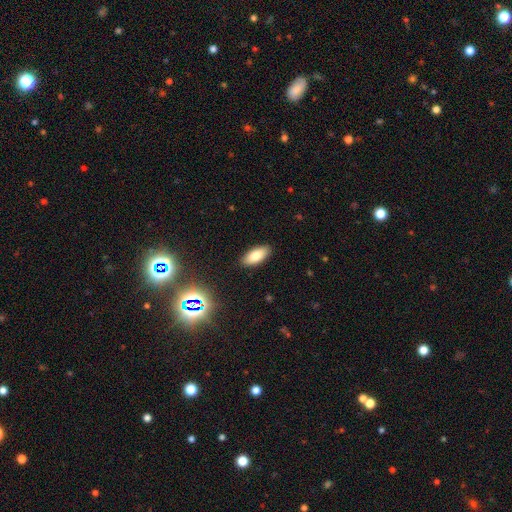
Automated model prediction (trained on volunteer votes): Smooth or featured? Predicted: smooth (p=0.79). How rounded? Predicted: in between (p=0.87). Merging? Predicted: none (p=0.89).